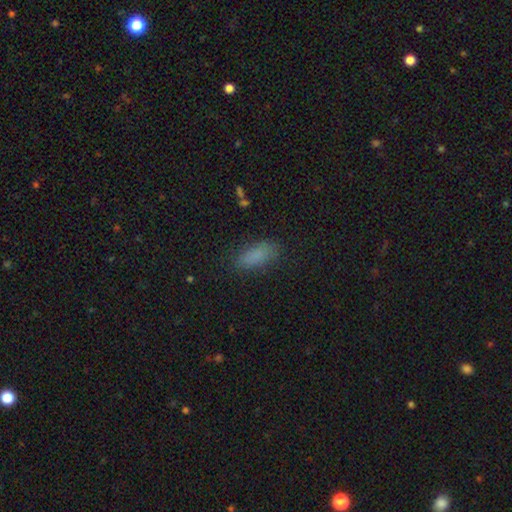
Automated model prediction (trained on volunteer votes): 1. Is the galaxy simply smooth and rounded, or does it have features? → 84% smooth, 10% star or artifact, 6% featured or disk.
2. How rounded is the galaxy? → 78% in between, 19% cigar-shaped, 3% round.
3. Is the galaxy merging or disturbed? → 81% none, 13% minor disturbance, 4% major disturbance, 1% merger.